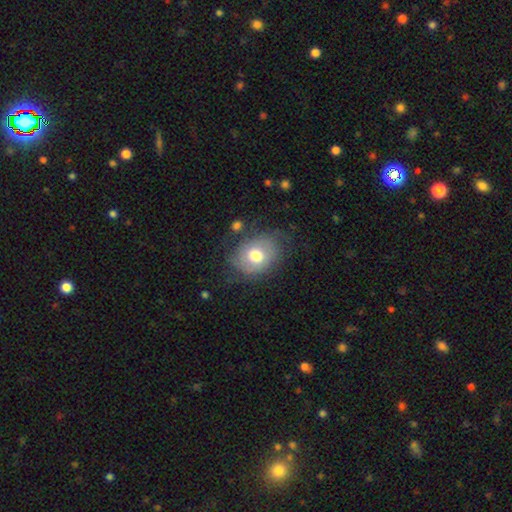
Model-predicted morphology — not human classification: smooth 55%, featured or disk 37%, star or artifact 8%. Down the decision tree: how rounded — in between (55%); merging — none (58%).